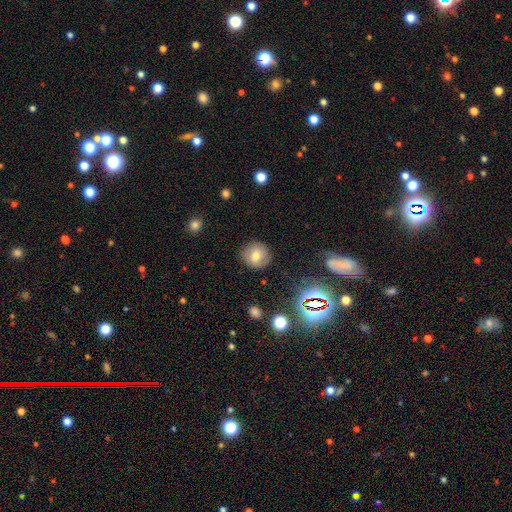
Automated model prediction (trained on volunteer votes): smooth 70%, featured or disk 16%, star or artifact 14%. Down the decision tree: how rounded — round (90%); merging — none (87%).